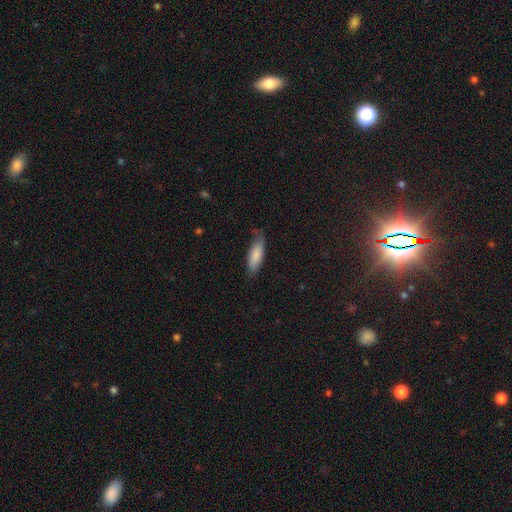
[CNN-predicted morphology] Smooth or featured? smooth (83%)
How rounded? in between (57%)
Merging? none (68%)